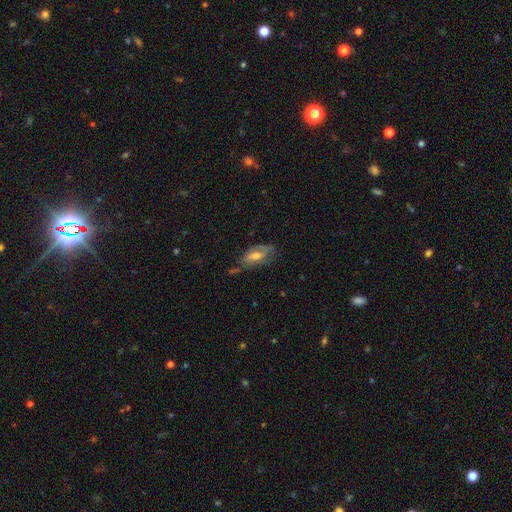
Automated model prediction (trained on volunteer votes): smooth-or-featured: featured or disk: 49% | smooth: 42% | star or artifact: 8%
  merging: none: 49% | minor disturbance: 30% | major disturbance: 15% | merger: 5%